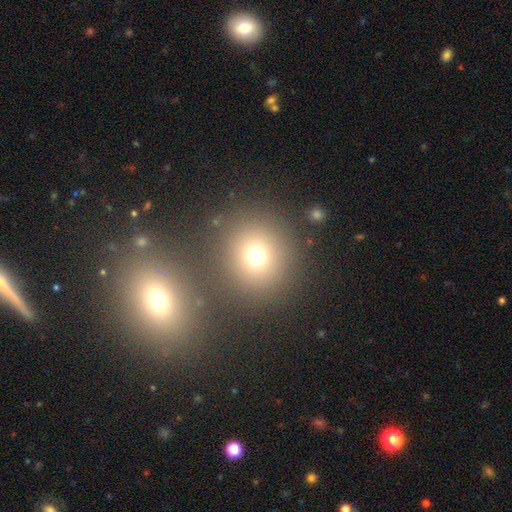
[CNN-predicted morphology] smooth-or-featured: smooth: 71% | star or artifact: 19% | featured or disk: 10%
  how-rounded: round: 89% | in between: 10% | cigar-shaped: 1%
  merging: none: 73% | merger: 14% | minor disturbance: 8% | major disturbance: 5%